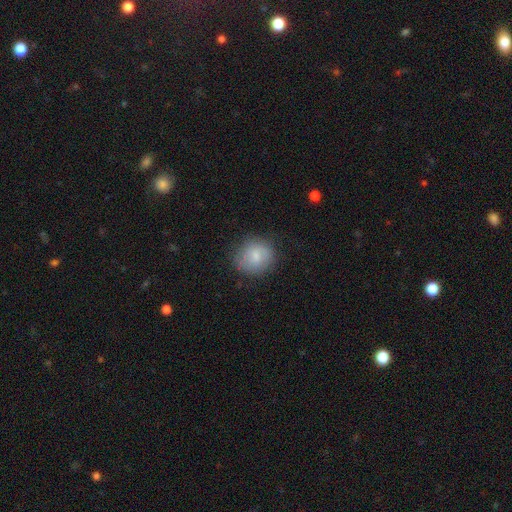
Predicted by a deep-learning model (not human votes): Smooth or featured?
  - smooth: 74% *
  - featured or disk: 18%
  - star or artifact: 8%
How rounded?
  - round: 80% *
  - in between: 19%
  - cigar-shaped: 1%
Merging?
  - none: 76% *
  - minor disturbance: 17%
  - major disturbance: 6%
  - merger: 1%